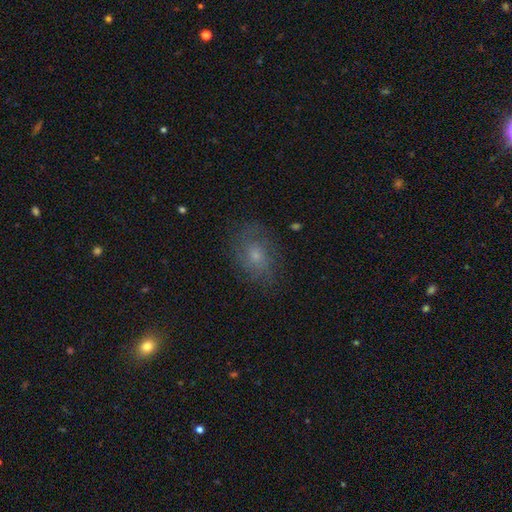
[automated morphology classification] Q: Smooth or featured?
A: featured or disk (50%); runner-up: smooth (36%)
Q: Merging?
A: none (72%); runner-up: minor disturbance (18%)